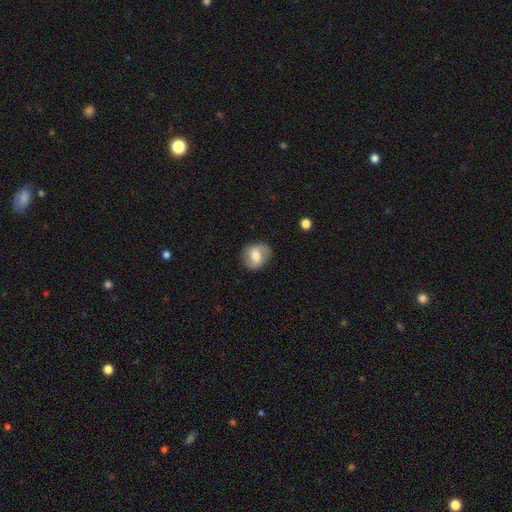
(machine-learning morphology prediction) This is possibly a smooth galaxy (50%). Merging: likely none (76%).